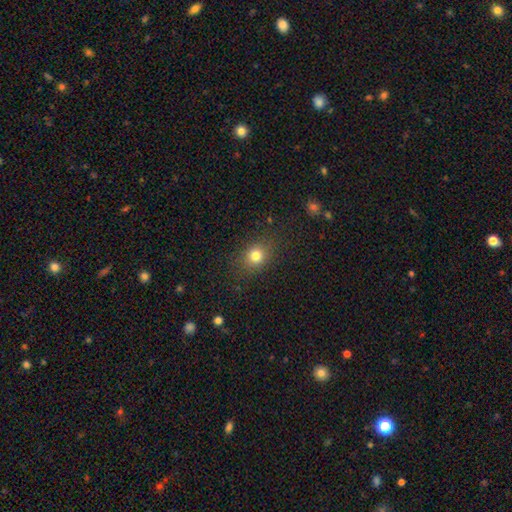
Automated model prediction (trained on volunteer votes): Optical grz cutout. It shows a smooth galaxy with no disk features (79%) that is round (63%). Merging: none (84%).